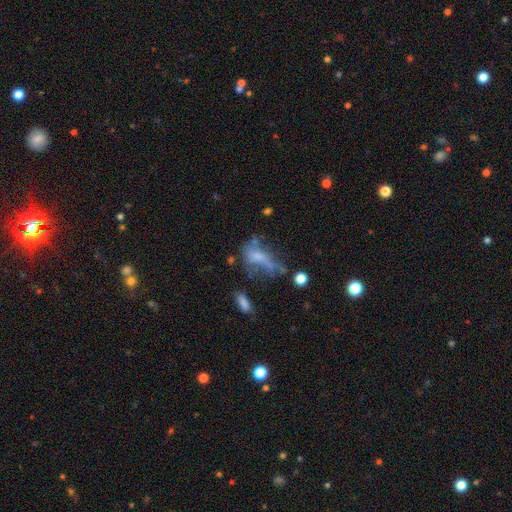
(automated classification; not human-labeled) Q: Smooth or featured?
A: featured or disk (41%); runner-up: smooth (40%)
Q: Merging?
A: major disturbance (38%); runner-up: none (28%)